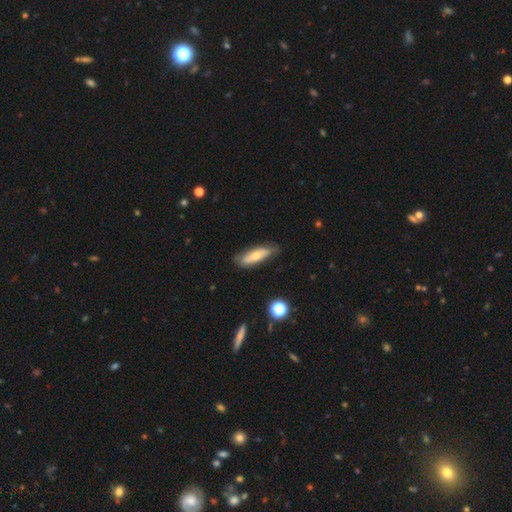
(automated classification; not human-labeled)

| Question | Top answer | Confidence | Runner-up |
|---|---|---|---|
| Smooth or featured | smooth | 56% | featured or disk (38%) |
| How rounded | in between | 51% | cigar-shaped (47%) |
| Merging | none | 72% | minor disturbance (22%) |